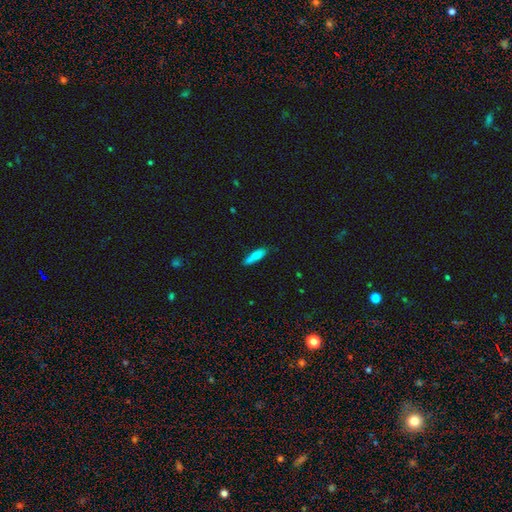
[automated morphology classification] Smooth or featured? smooth (77%)
How rounded? cigar-shaped (74%)
Merging? none (73%)